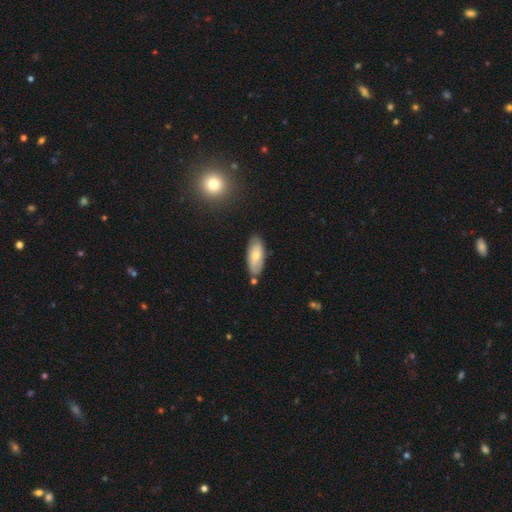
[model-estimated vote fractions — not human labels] A smooth galaxy with no disk features (59%) that is in between round and cigar-shaped (84%).

Vote fractions:
- Smooth or featured? smooth: 59% / featured or disk: 34% / star or artifact: 7%
- How rounded? in between: 84% / cigar-shaped: 14% / round: 2%
- Merging? none: 76% / minor disturbance: 16% / merger: 5% / major disturbance: 3%